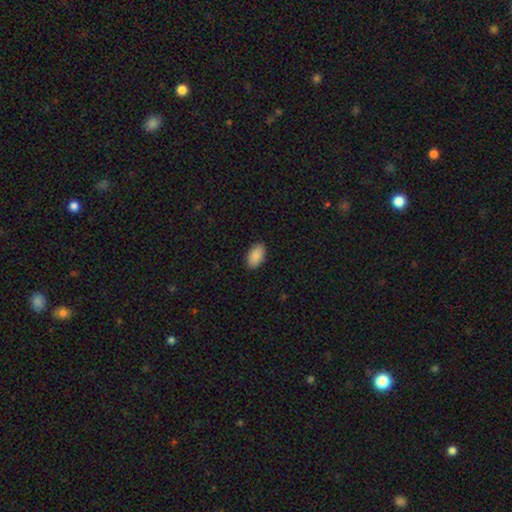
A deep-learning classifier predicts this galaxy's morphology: Smooth or featured: smooth — 90% (star or artifact — 6%)
How rounded: in between — 95% (round — 3%)
Merging: none — 89% (minor disturbance — 8%)